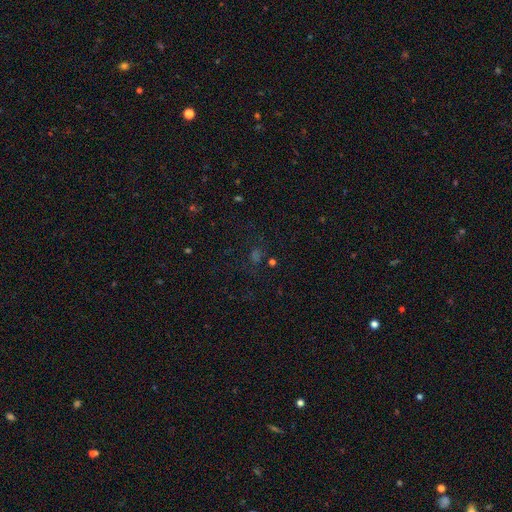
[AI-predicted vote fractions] This appears to be a star or artifact, not a galaxy (56%).